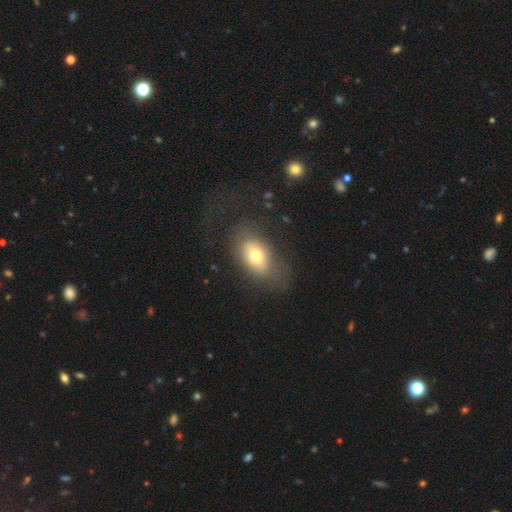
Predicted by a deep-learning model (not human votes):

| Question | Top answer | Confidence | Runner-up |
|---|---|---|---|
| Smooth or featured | smooth | 66% | featured or disk (24%) |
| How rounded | in between | 83% | round (14%) |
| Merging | none | 60% | minor disturbance (20%) |